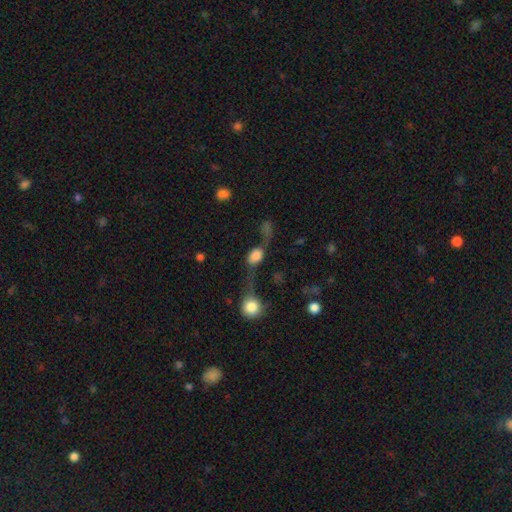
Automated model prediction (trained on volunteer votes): smooth-or-featured: smooth: 58% | featured or disk: 29% | star or artifact: 13%
  how-rounded: in between: 63% | round: 31% | cigar-shaped: 5%
  merging: merger: 33% | major disturbance: 29% | none: 23% | minor disturbance: 14%